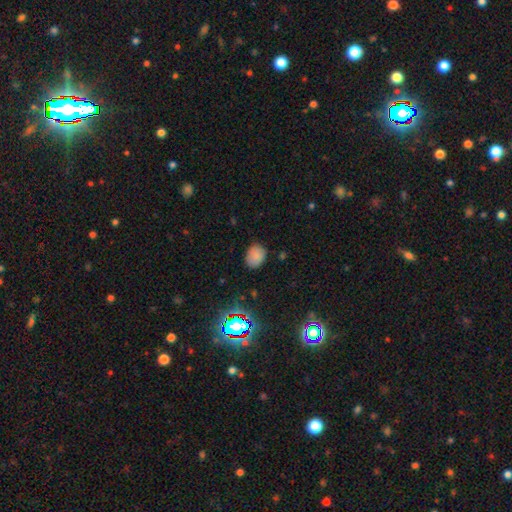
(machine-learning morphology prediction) smooth-or-featured: smooth: 79% | star or artifact: 15% | featured or disk: 6%
  how-rounded: in between: 55% | round: 44% | cigar-shaped: 1%
  merging: none: 82% | minor disturbance: 14% | major disturbance: 3% | merger: 1%